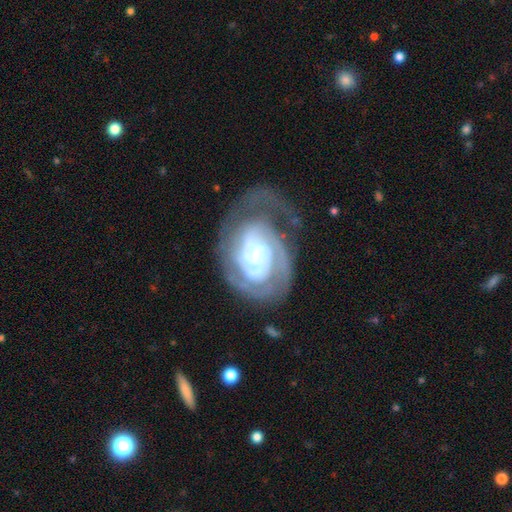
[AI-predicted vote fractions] smooth-or-featured: featured or disk: 87% | smooth: 7% | star or artifact: 5%
  disk-edge-on: no: 97% | yes: 3%
    bar: no: 44% | weak: 42% | strong: 14%
    has-spiral-arms: yes: 96% | no: 4%
      spiral-winding: tight: 69% | medium: 26% | loose: 5%
      spiral-arm-count: 2: 40% | can't tell: 26% | 3: 17% | 1: 7% | 4: 6% | more than 4: 4%
    bulge-size: small: 54% | moderate: 30% | large: 7% | none: 7% | dominant: 2%
  merging: none: 51% | minor disturbance: 24% | major disturbance: 23% | merger: 2%